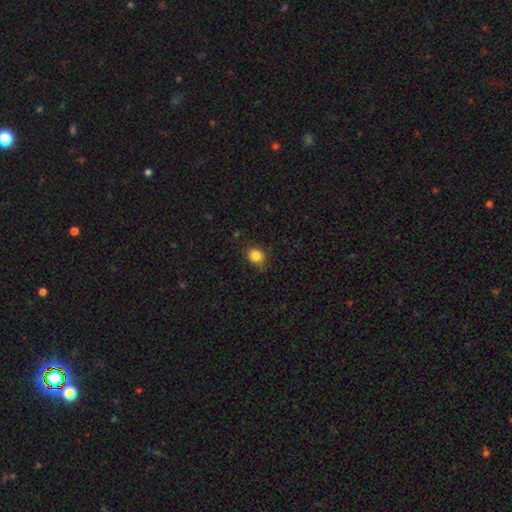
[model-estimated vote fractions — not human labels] smooth-or-featured: smooth: 84% | star or artifact: 11% | featured or disk: 5%
  how-rounded: round: 75% | in between: 24% | cigar-shaped: 1%
  merging: none: 78% | minor disturbance: 17% | major disturbance: 4% | merger: 1%